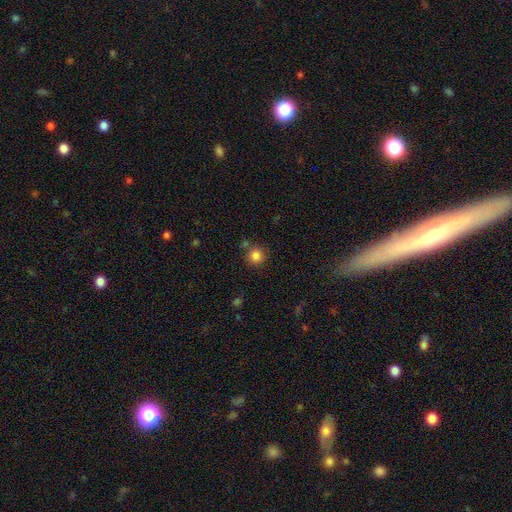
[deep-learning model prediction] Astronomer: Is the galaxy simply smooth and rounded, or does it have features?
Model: smooth — 84%.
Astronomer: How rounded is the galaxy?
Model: round — 92%.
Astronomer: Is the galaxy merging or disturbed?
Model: none — 77%.